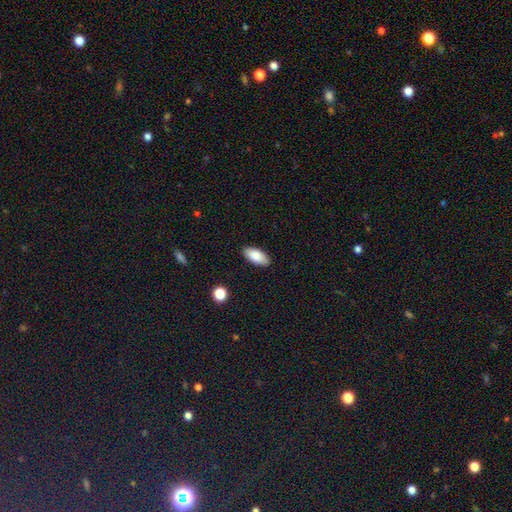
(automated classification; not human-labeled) A smooth galaxy with no disk features (84%) that is in between round and cigar-shaped (89%).

Vote fractions:
- Smooth or featured? smooth: 84% / featured or disk: 9% / star or artifact: 7%
- How rounded? in between: 89% / cigar-shaped: 9% / round: 2%
- Merging? none: 89% / minor disturbance: 8% / major disturbance: 2% / merger: 1%